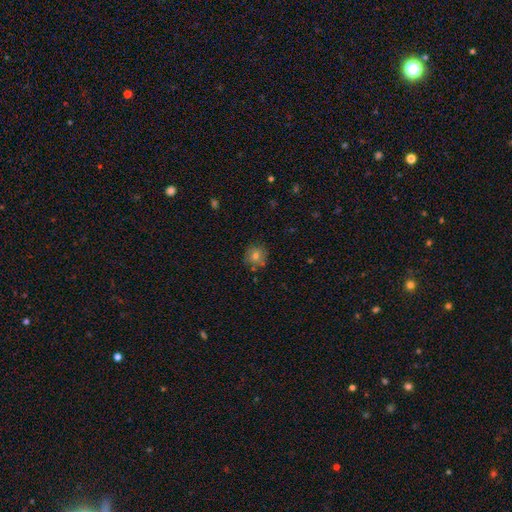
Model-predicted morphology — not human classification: smooth_or_featured: smooth (p=0.74) [alt: featured or disk p=0.15]
how_rounded: round (p=0.87) [alt: in between p=0.12]
merging: none (p=0.79) [alt: minor disturbance p=0.15]